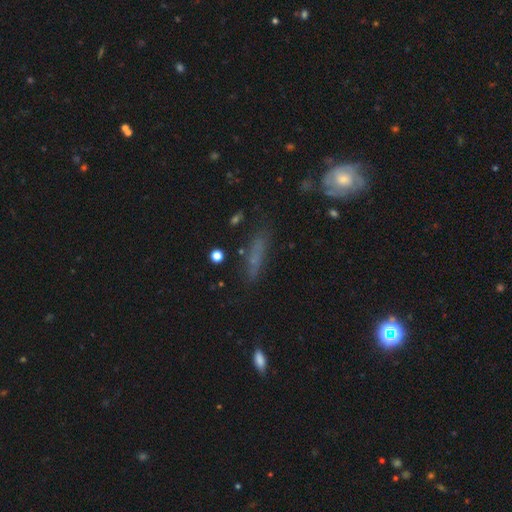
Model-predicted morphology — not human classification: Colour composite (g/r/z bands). It shows a smooth galaxy with no disk features (53%) that is cigar-shaped (72%). Merging: none (70%).